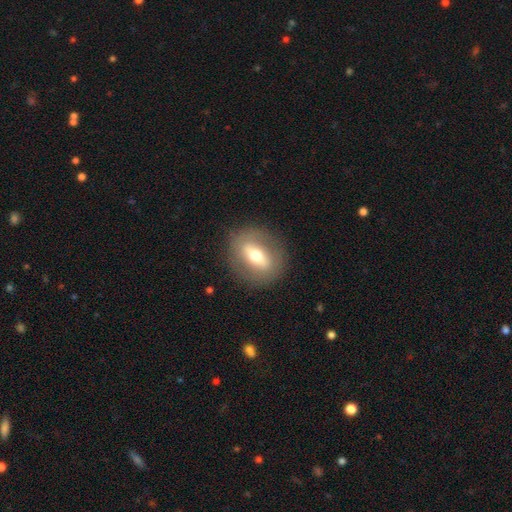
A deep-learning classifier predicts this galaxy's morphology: A featured or disk galaxy (49%).

Vote fractions:
- Smooth or featured? featured or disk: 49% / smooth: 43% / star or artifact: 8%
- Merging? none: 84% / minor disturbance: 10% / major disturbance: 5% / merger: 1%